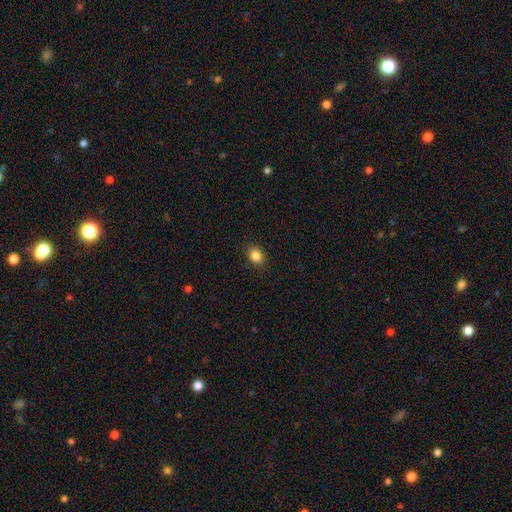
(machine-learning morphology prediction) Smooth or featured?
  - smooth: 85% *
  - star or artifact: 10%
  - featured or disk: 4%
How rounded?
  - in between: 55% *
  - round: 44%
  - cigar-shaped: 1%
Merging?
  - none: 88% *
  - minor disturbance: 9%
  - major disturbance: 2%
  - merger: 1%